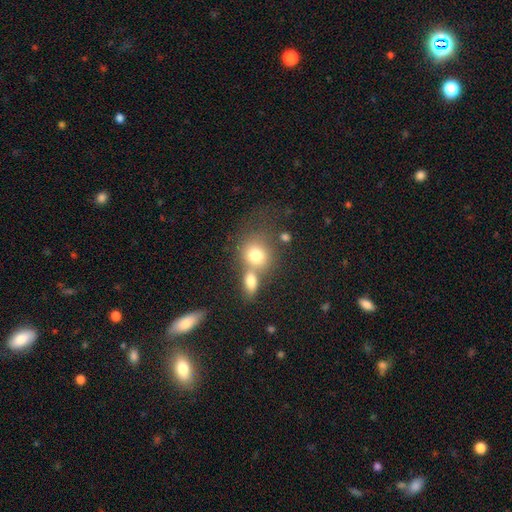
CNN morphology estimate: Smooth or featured: smooth — 76% (featured or disk — 14%)
How rounded: round — 67% (in between — 32%)
Merging: merger — 48% (none — 37%)